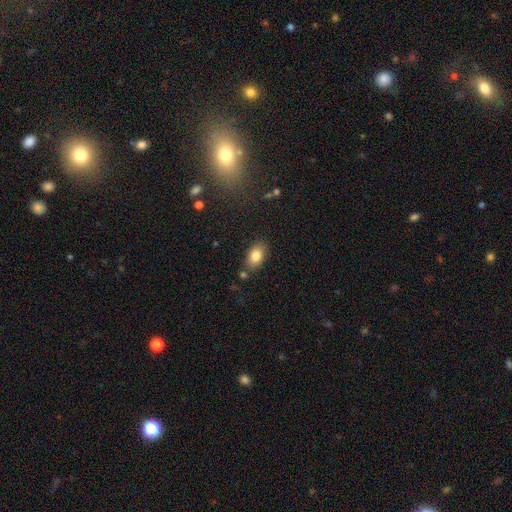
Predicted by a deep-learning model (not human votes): smooth-or-featured: smooth: 83% | featured or disk: 9% | star or artifact: 8%
  how-rounded: in between: 88% | round: 10% | cigar-shaped: 2%
  merging: none: 80% | minor disturbance: 12% | merger: 5% | major disturbance: 3%